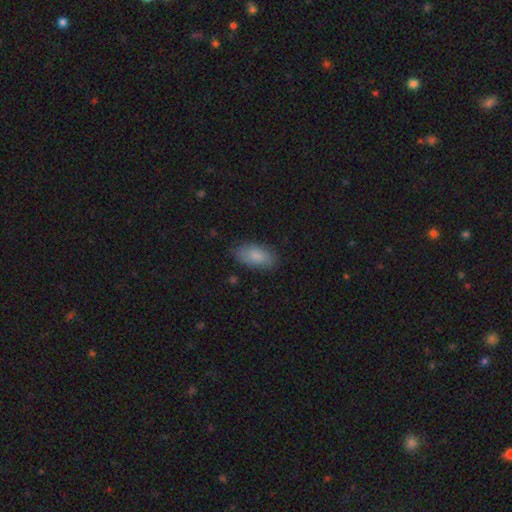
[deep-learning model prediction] Morphology: type=smooth (83%); roundness=in between (92%); merging=none (80%).